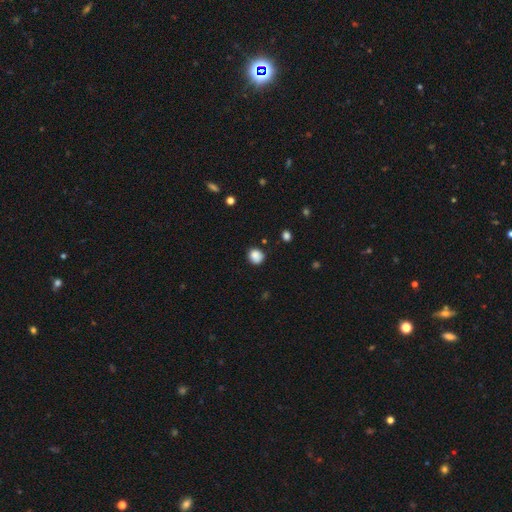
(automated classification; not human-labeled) smooth 86%, star or artifact 10%, featured or disk 4%. Down the decision tree: how rounded — round (79%); merging — none (80%).